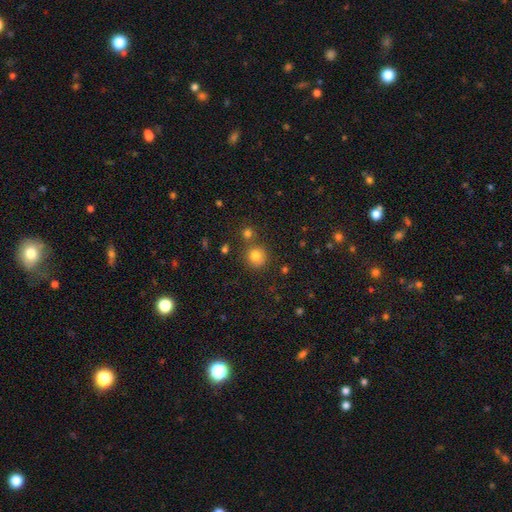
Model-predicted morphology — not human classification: The model was most divided on "merging": none: 75%, merger: 13%, minor disturbance: 10%, major disturbance: 3%. More confident: how rounded — round (91%); smooth or featured — smooth (79%).